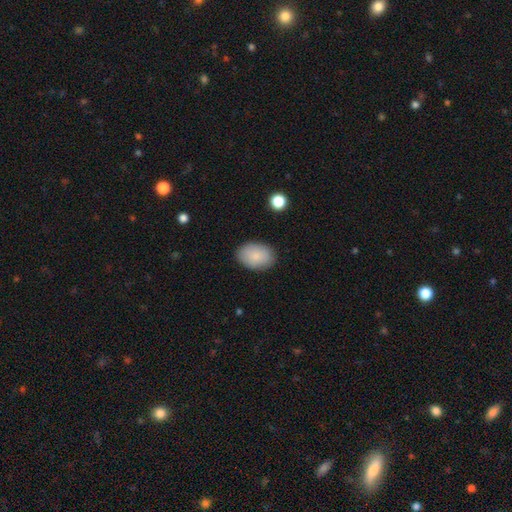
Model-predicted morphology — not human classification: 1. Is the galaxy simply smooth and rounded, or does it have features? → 87% smooth, 7% star or artifact, 6% featured or disk.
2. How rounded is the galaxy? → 87% in between, 12% round, 1% cigar-shaped.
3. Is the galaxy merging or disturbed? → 86% none, 10% minor disturbance, 3% major disturbance, 1% merger.